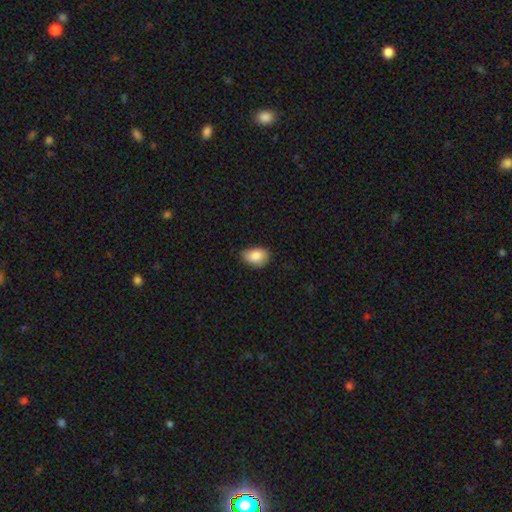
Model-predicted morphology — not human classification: A smooth galaxy with no disk features (85%) that is in between round and cigar-shaped (84%).

Vote fractions:
- Smooth or featured? smooth: 85% / star or artifact: 8% / featured or disk: 7%
- How rounded? in between: 84% / round: 15% / cigar-shaped: 1%
- Merging? none: 67% / minor disturbance: 28% / major disturbance: 4% / merger: 1%